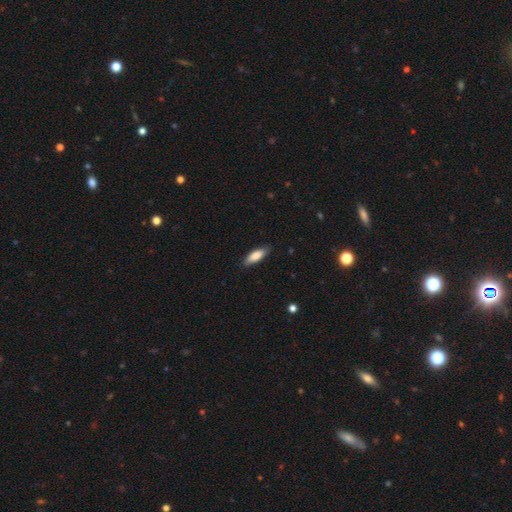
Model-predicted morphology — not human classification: The model was most divided on "how rounded": in between: 65%, cigar-shaped: 33%, round: 2%. More confident: merging — none (85%); smooth or featured — smooth (82%).